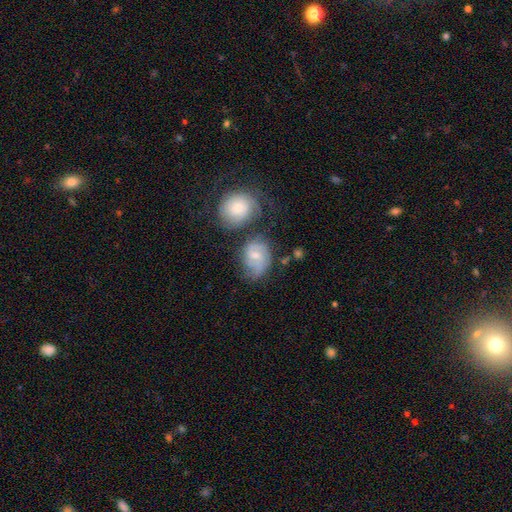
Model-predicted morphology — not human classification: Smooth or featured: featured or disk — 66% (smooth — 27%)
Edge-on disk: no — 98% (yes — 2%)
Bar: weak — 49% (no — 43%)
Spiral arms: yes — 90% (no — 10%)
Spiral winding: medium — 42% (tight — 39%)
Spiral arm count: 2 — 44% (can't tell — 25%)
Bulge size: small — 51% (moderate — 39%)
Merging: none — 49% (minor disturbance — 23%)